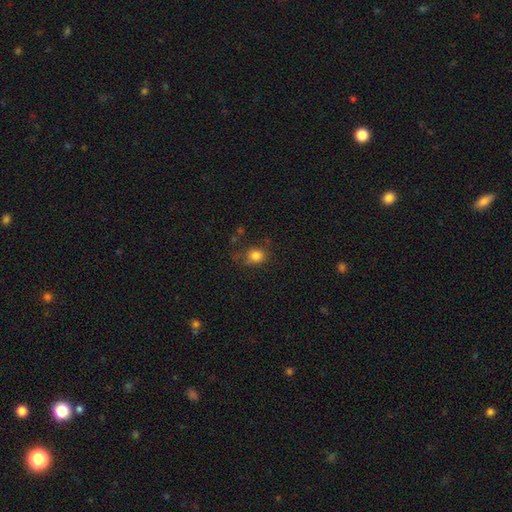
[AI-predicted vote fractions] Smooth or featured? Predicted: smooth (p=0.82). How rounded? Predicted: round (p=0.66). Merging? Predicted: none (p=0.66).